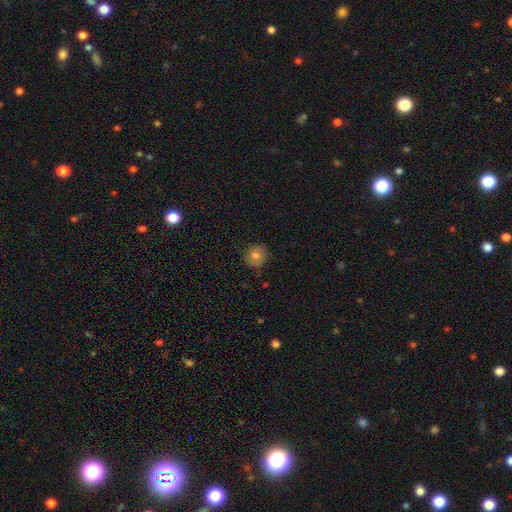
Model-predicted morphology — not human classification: Smooth or featured: smooth — 71% (featured or disk — 19%)
How rounded: round — 88% (in between — 11%)
Merging: none — 83% (minor disturbance — 13%)